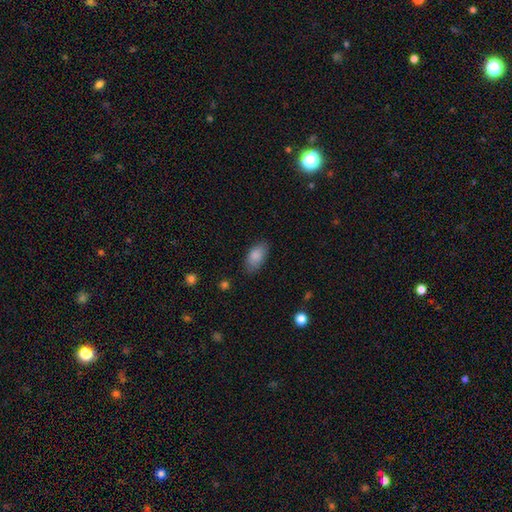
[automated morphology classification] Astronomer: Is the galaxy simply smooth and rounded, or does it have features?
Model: smooth — 86%.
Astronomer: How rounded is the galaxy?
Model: in between — 93%.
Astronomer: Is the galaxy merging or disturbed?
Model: none — 82%.